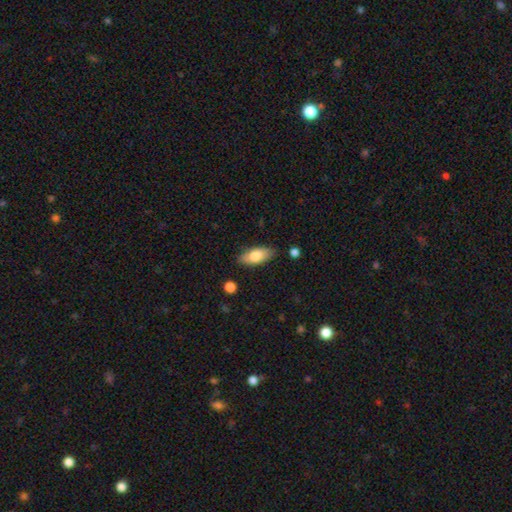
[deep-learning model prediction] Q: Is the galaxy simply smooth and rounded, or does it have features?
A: smooth — 79%.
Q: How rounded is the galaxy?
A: in between — 84%.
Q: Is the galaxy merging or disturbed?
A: none — 84%.